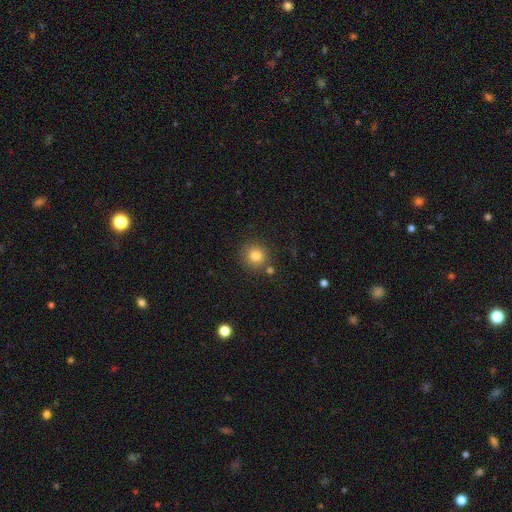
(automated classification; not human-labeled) smooth_or_featured: smooth (p=0.81) [alt: star or artifact p=0.13]
how_rounded: round (p=0.92) [alt: in between p=0.07]
merging: none (p=0.81) [alt: minor disturbance p=0.08]